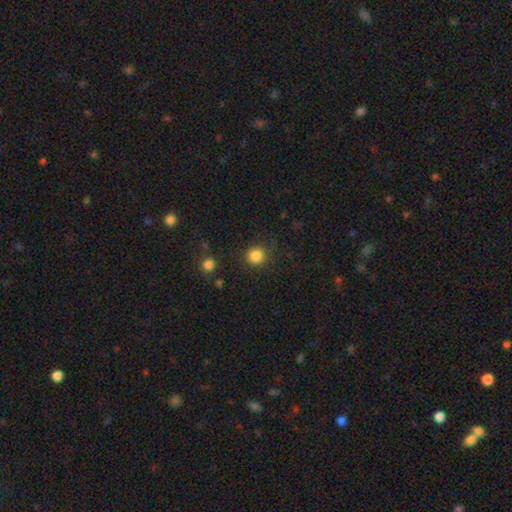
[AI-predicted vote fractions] smooth 85%, star or artifact 12%, featured or disk 4%. Down the decision tree: how rounded — round (93%); merging — none (87%).